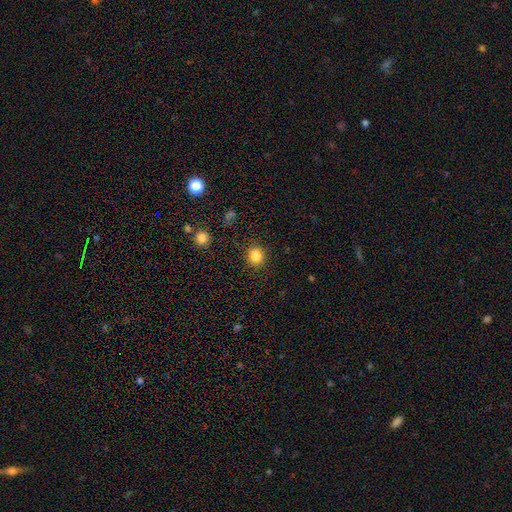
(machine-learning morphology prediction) Smooth or featured? smooth (85%)
How rounded? round (83%)
Merging? none (87%)